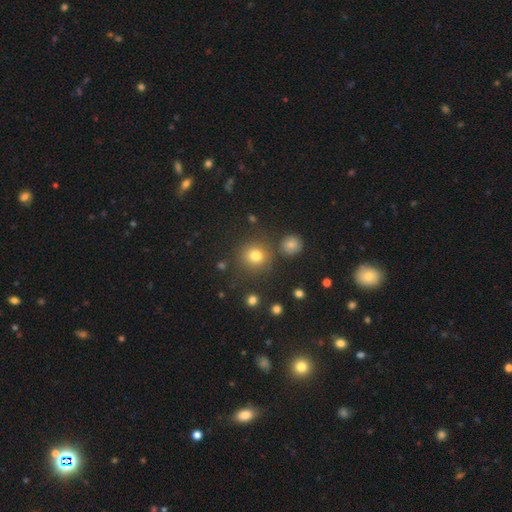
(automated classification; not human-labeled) This appears to be a smooth galaxy with no disk features (77%) that is round (91%). Merging: none (81%).